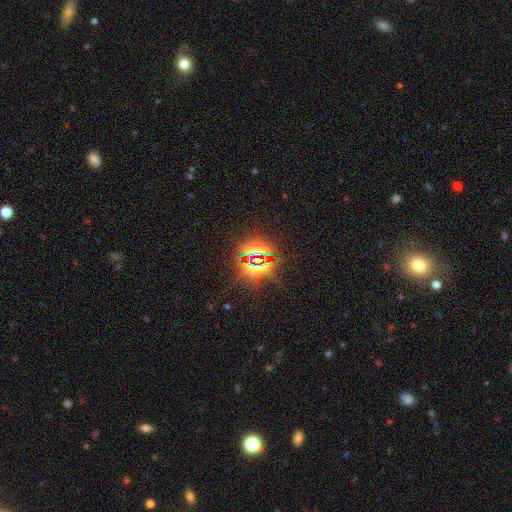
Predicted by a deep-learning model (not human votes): Smooth or featured? star or artifact (83%)